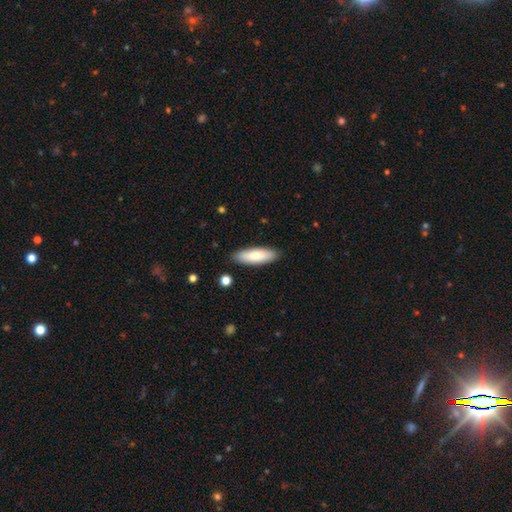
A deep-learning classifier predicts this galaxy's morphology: smooth-or-featured: smooth: 81% | featured or disk: 14% | star or artifact: 5%
  how-rounded: in between: 51% | cigar-shaped: 47% | round: 2%
  merging: none: 88% | minor disturbance: 9% | major disturbance: 2% | merger: 1%